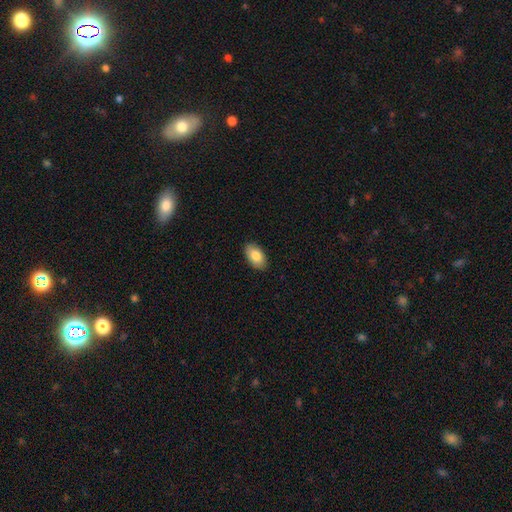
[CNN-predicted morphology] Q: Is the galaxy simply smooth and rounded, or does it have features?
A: smooth — 84%.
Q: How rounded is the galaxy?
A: in between — 95%.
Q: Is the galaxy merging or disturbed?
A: none — 89%.